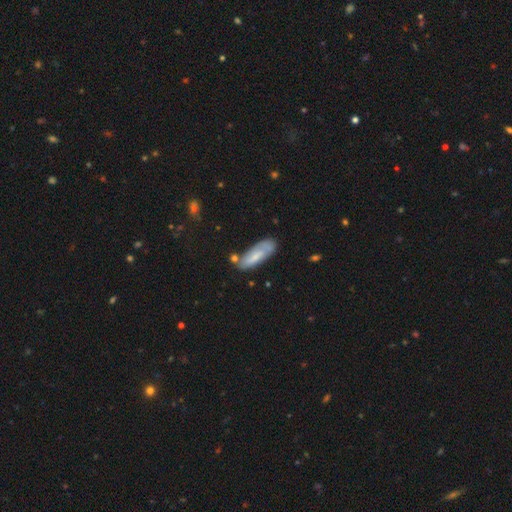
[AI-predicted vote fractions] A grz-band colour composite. It shows a smooth galaxy with no disk features (62%) that is in between round and cigar-shaped (55%). Merging: none (62%).